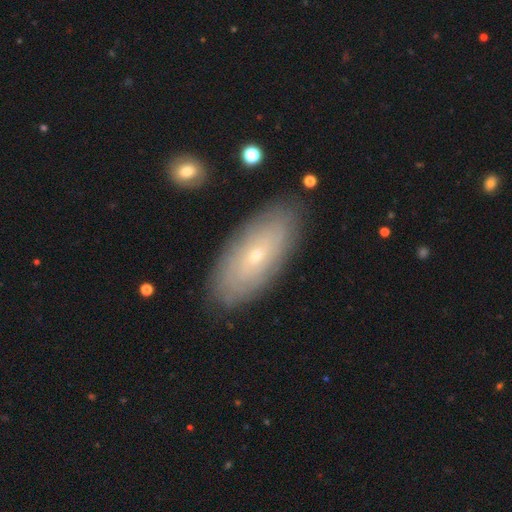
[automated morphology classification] A featured or disk galaxy (58%) with no bar (79%), spiral arms (64%) and a small central bulge (78%). Merging: none (86%).